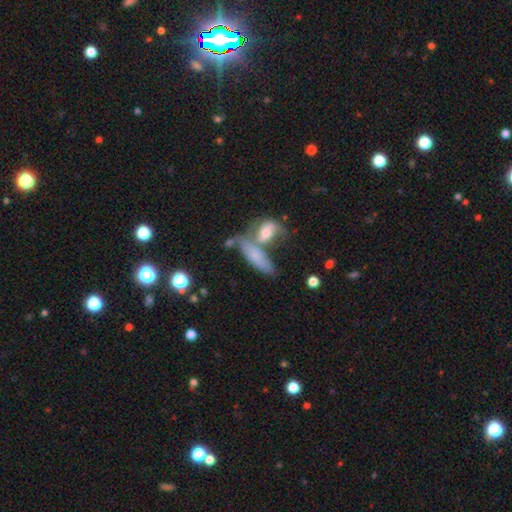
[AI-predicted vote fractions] Smooth or featured: smooth — 60% (featured or disk — 32%)
How rounded: in between — 50% (cigar-shaped — 44%)
Merging: merger — 46% (none — 34%)